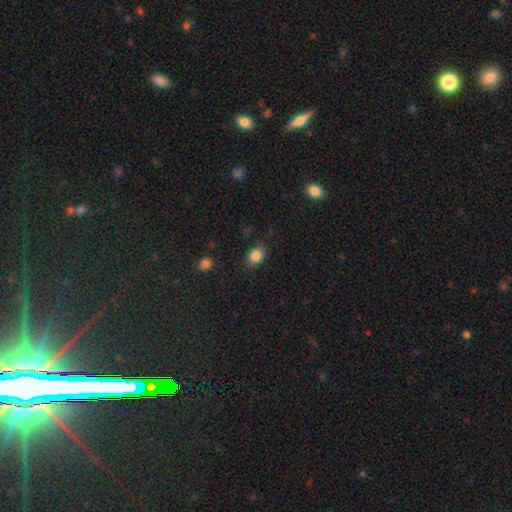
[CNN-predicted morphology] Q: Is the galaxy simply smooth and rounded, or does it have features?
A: smooth — 85%.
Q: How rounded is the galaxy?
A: in between — 74%.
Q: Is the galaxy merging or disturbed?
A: none — 85%.